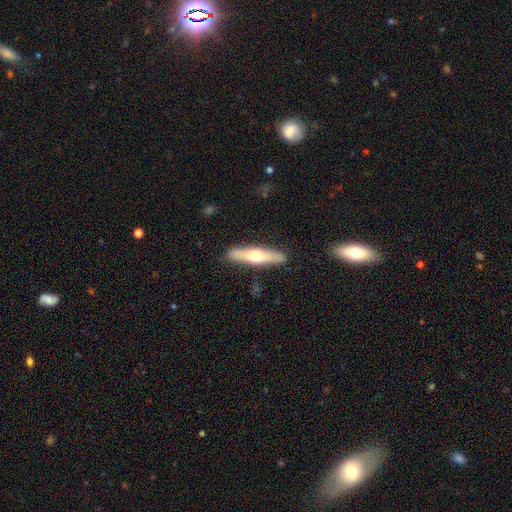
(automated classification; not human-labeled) smooth-or-featured: smooth: 48% | featured or disk: 47% | star or artifact: 5%
  merging: none: 89% | minor disturbance: 8% | major disturbance: 2% | merger: 1%